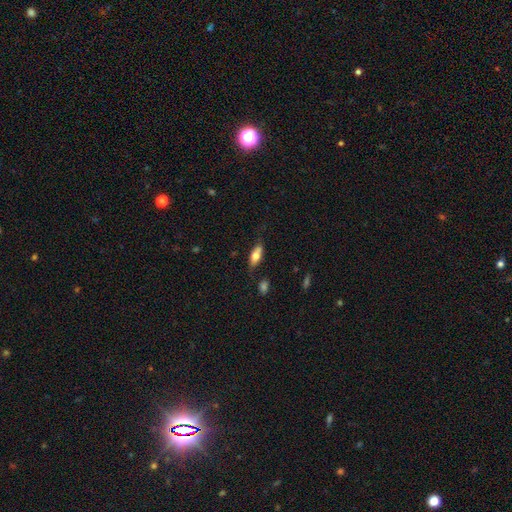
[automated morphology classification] This appears to be a smooth galaxy with no disk features (68%) that is in between round and cigar-shaped (75%). Merging: none (66%).